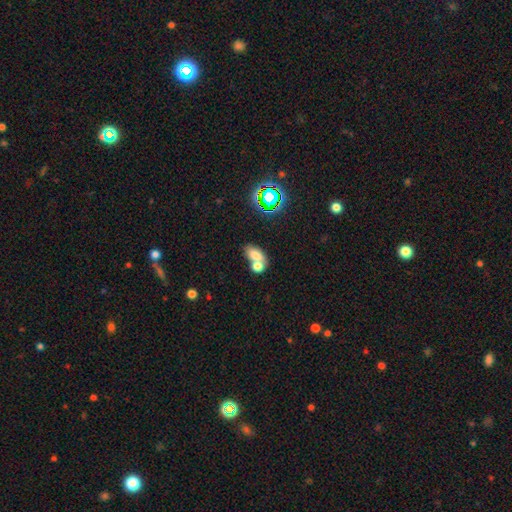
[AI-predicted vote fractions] A smooth galaxy with no disk features (70%) that is in between round and cigar-shaped (82%).

Vote fractions:
- Smooth or featured? smooth: 70% / featured or disk: 16% / star or artifact: 14%
- How rounded? in between: 82% / round: 16% / cigar-shaped: 2%
- Merging? merger: 59% / none: 30% / minor disturbance: 8% / major disturbance: 4%